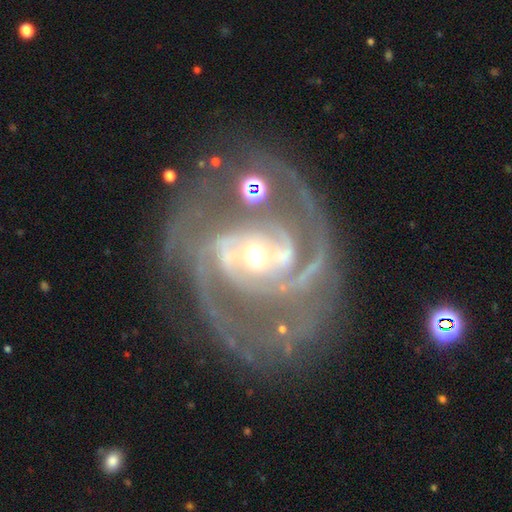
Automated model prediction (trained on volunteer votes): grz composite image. It shows a featured or disk galaxy (92%) with a weak bar (35%), 2 (45%) medium (50%) spiral arms (98%) and a moderate central bulge (50%). Merging: none (56%).